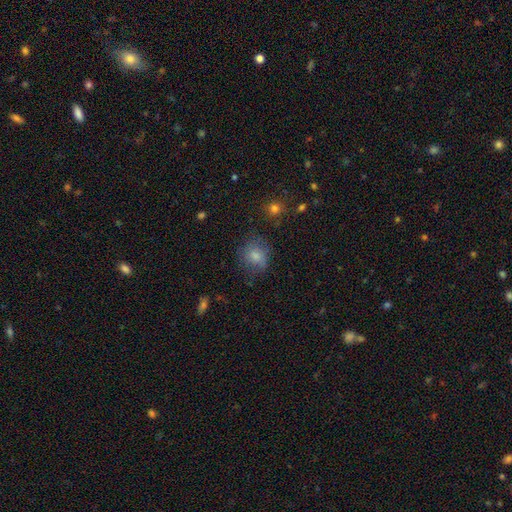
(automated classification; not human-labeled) A smooth galaxy with no disk features (78%) that is round (70%).

Vote fractions:
- Smooth or featured? smooth: 78% / star or artifact: 11% / featured or disk: 11%
- How rounded? round: 70% / in between: 29% / cigar-shaped: 1%
- Merging? none: 66% / minor disturbance: 21% / major disturbance: 10% / merger: 2%